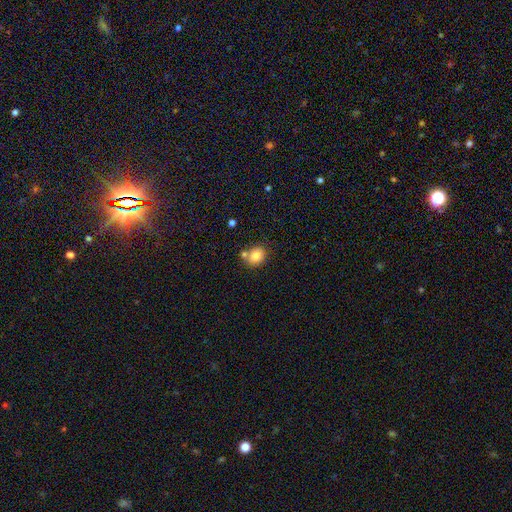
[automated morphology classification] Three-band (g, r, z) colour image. It shows a smooth galaxy with no disk features (82%) that is round (59%). Merging: none (63%).